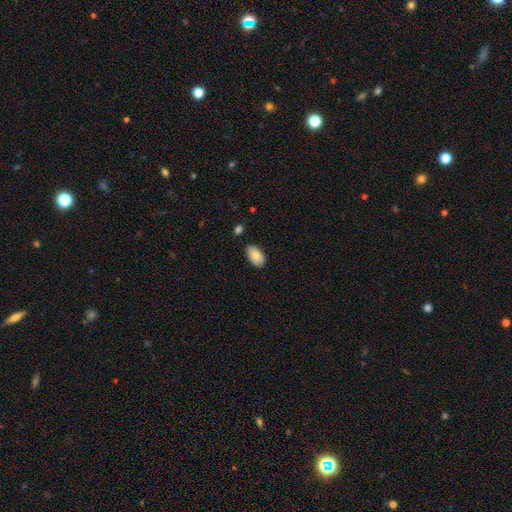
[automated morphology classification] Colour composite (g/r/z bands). It shows a smooth galaxy with no disk features (82%) that is in between round and cigar-shaped (94%). Merging: none (81%).